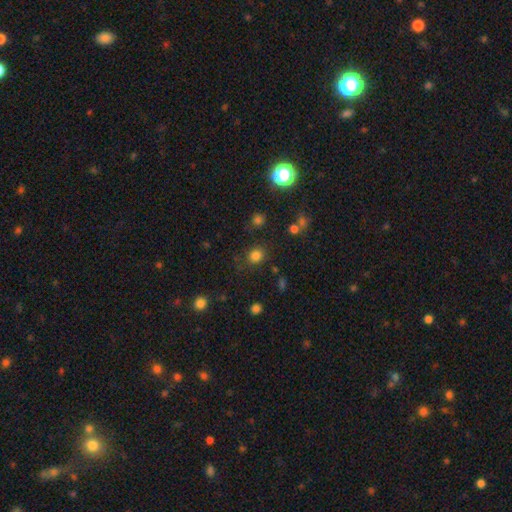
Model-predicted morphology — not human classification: A smooth galaxy with no disk features (80%) that is round (78%).

Vote fractions:
- Smooth or featured? smooth: 80% / star or artifact: 15% / featured or disk: 5%
- How rounded? round: 78% / in between: 21% / cigar-shaped: 1%
- Merging? none: 81% / minor disturbance: 11% / major disturbance: 5% / merger: 3%